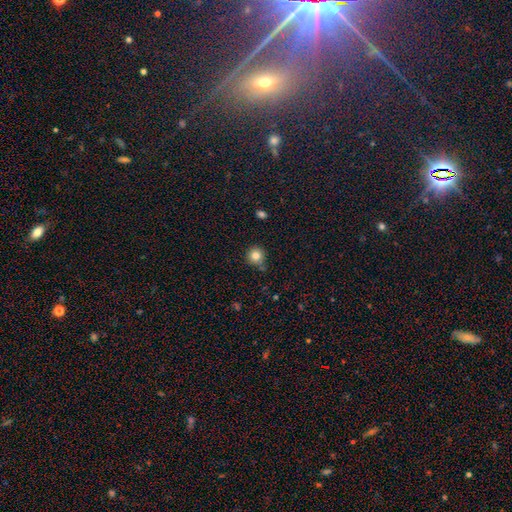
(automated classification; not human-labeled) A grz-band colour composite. It shows a smooth galaxy with no disk features (82%) that is round (94%). Merging: none (80%).